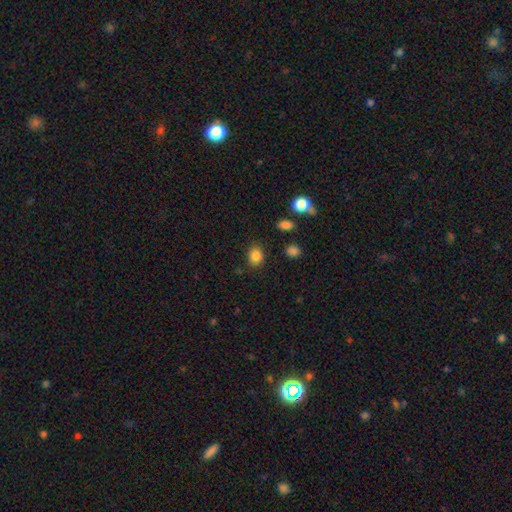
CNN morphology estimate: smooth 84%, star or artifact 11%, featured or disk 5%. Down the decision tree: how rounded — round (54%); merging — none (83%).